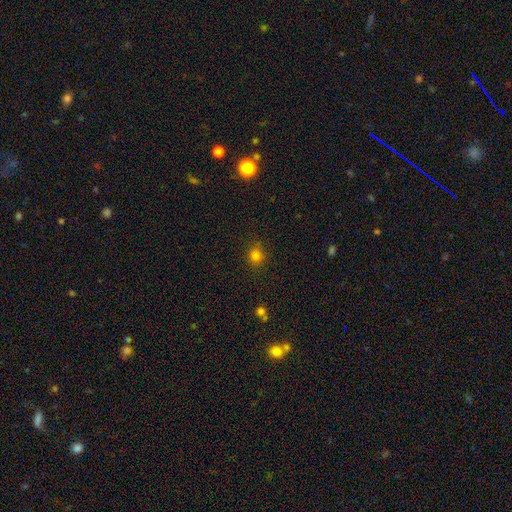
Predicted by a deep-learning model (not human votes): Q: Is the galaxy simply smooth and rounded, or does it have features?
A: smooth — 79%.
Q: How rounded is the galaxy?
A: round — 84%.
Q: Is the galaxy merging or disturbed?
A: none — 85%.